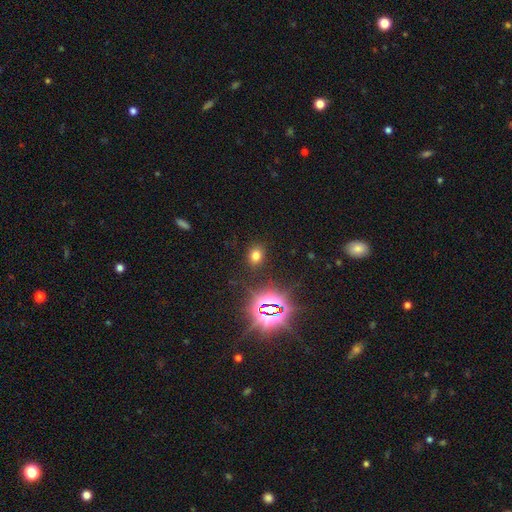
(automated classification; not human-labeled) This is likely a smooth galaxy (65%). How rounded: possibly in between (51%). Merging: clearly none (87%).